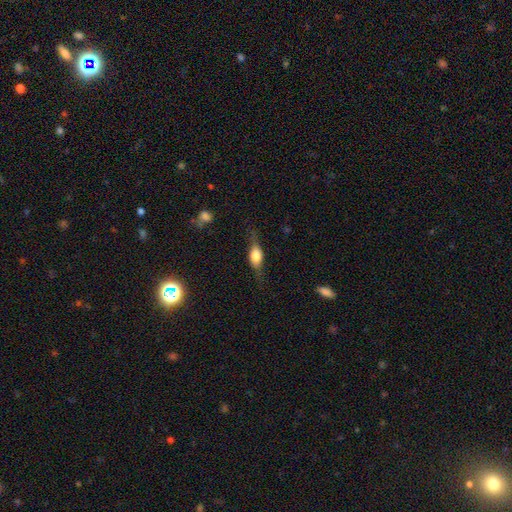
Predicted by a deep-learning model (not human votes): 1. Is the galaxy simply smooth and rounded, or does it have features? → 48% smooth, 44% featured or disk, 8% star or artifact.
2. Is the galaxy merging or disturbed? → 69% none, 20% minor disturbance, 9% major disturbance, 2% merger.